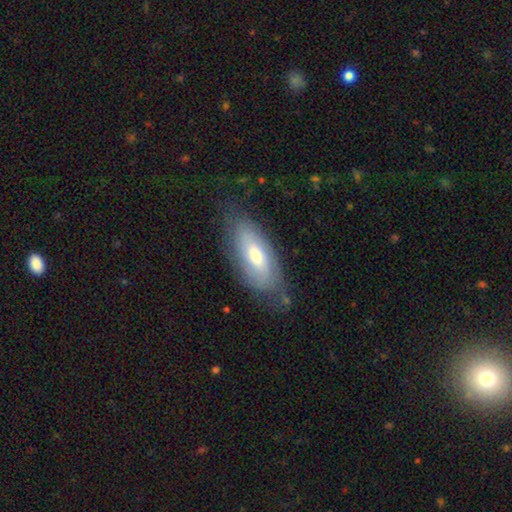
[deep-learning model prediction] This is possibly a smooth galaxy (57%). How rounded: clearly in between (81%). Merging: likely none (65%).